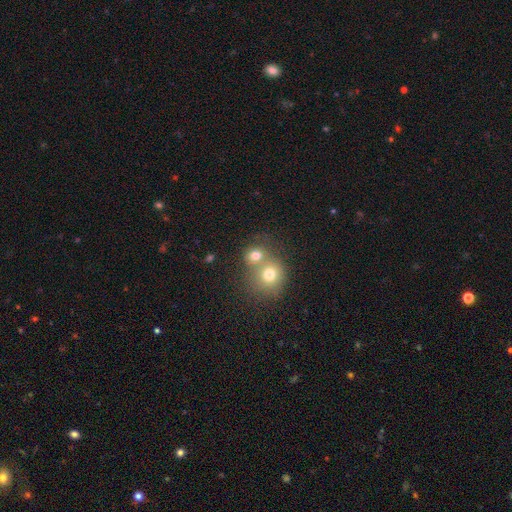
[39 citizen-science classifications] A smooth galaxy with no disk features (69%) that is round (59%). Merging: none (47%).